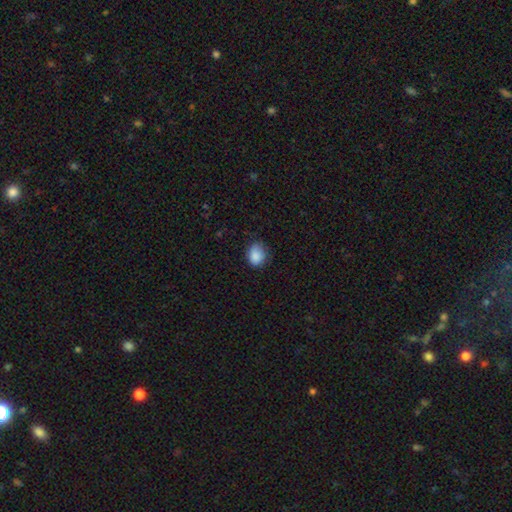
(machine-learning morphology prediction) smooth_or_featured: smooth (p=0.87) [alt: star or artifact p=0.08]
how_rounded: round (p=0.51) [alt: in between p=0.48]
merging: none (p=0.64) [alt: minor disturbance p=0.28]